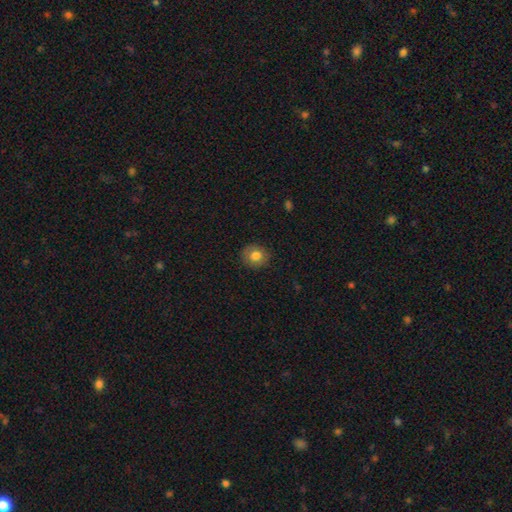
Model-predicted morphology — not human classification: smooth 80%, featured or disk 11%, star or artifact 10%. Down the decision tree: how rounded — round (77%); merging — none (86%).